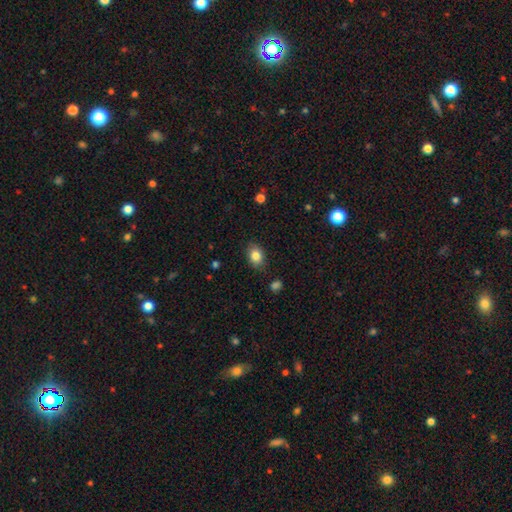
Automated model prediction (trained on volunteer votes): The model was most divided on "how rounded": in between: 72%, round: 27%, cigar-shaped: 1%. More confident: smooth or featured — smooth (84%); merging — none (83%).